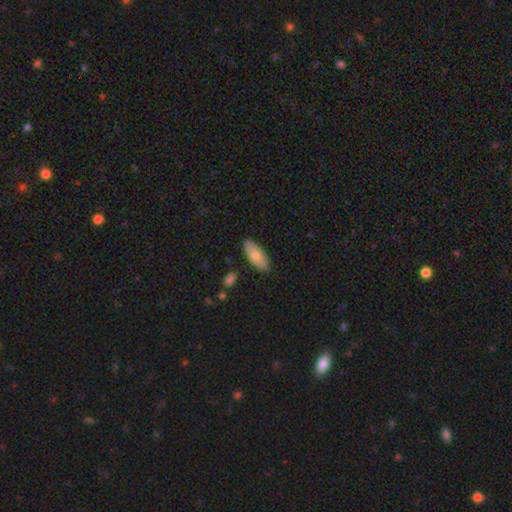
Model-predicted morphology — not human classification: smooth-or-featured: smooth: 79% | featured or disk: 15% | star or artifact: 6%
  how-rounded: in between: 86% | cigar-shaped: 12% | round: 2%
  merging: none: 83% | minor disturbance: 13% | major disturbance: 2% | merger: 2%